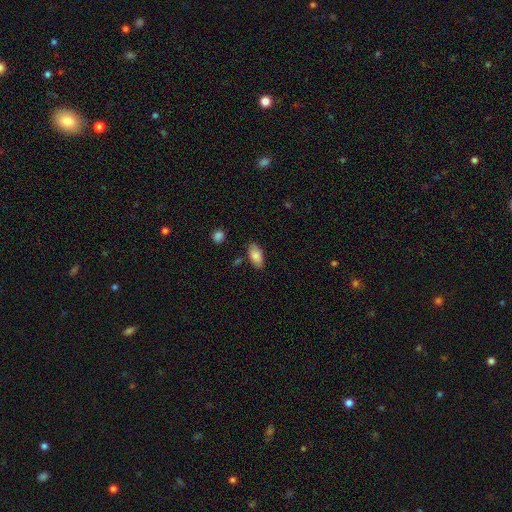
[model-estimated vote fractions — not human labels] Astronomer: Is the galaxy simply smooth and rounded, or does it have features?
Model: smooth — 84%.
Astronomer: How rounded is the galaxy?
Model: in between — 92%.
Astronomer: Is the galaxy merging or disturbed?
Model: none — 80%.